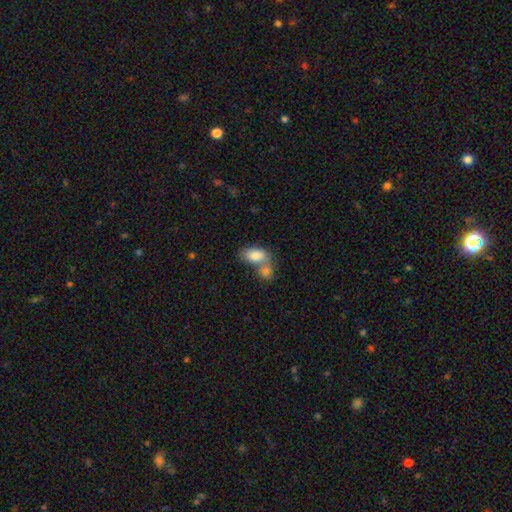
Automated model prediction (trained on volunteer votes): Overall: smooth (82%). How rounded: in between (90%). Merging: merger (59%; none 28%).